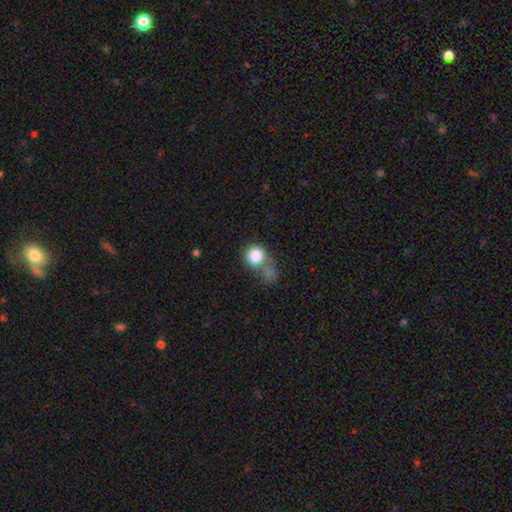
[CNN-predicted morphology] Smooth or featured: smooth — 83% (star or artifact — 9%)
How rounded: round — 84% (in between — 15%)
Merging: none — 36% (merger — 33%)